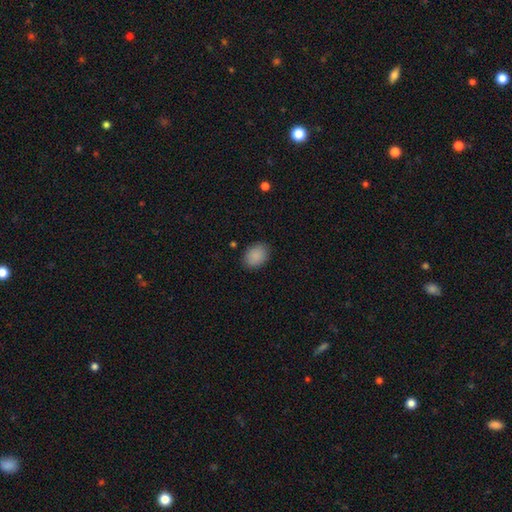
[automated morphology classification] This is clearly a smooth galaxy (89%). How rounded: likely in between (69%). Merging: clearly none (87%).